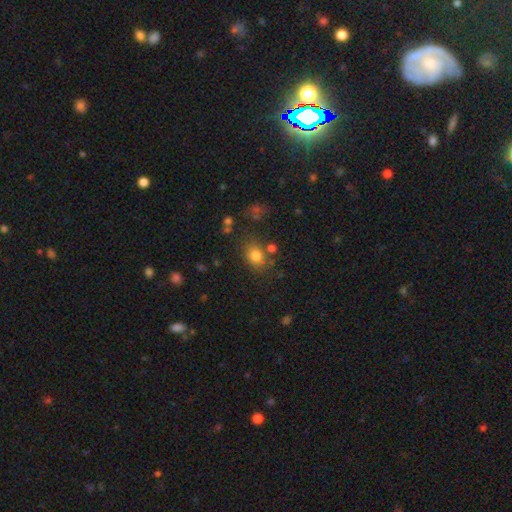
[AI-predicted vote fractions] smooth_or_featured: smooth (p=0.77) [alt: star or artifact p=0.14]
how_rounded: in between (p=0.53) [alt: round p=0.46]
merging: none (p=0.70) [alt: minor disturbance p=0.15]